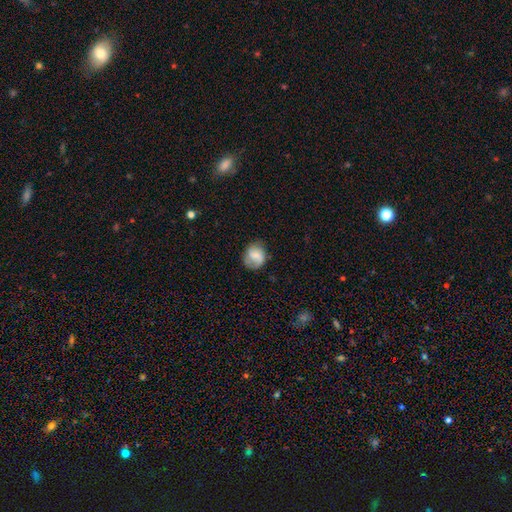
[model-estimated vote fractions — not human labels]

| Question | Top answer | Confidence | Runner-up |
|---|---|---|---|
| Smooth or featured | smooth | 63% | featured or disk (28%) |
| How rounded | round | 67% | in between (32%) |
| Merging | none | 68% | minor disturbance (23%) |